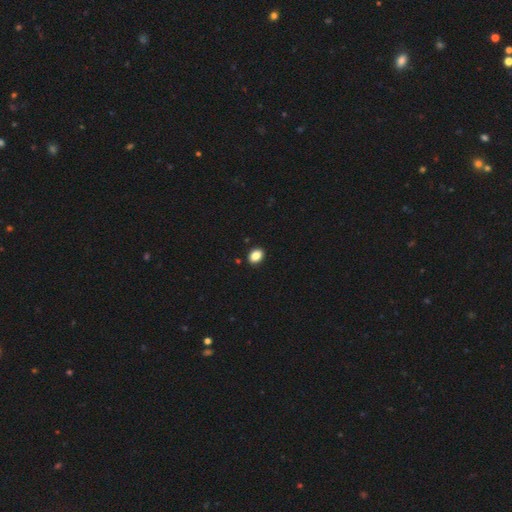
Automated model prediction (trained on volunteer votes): This is clearly a smooth galaxy (87%). How rounded: likely in between (72%). Merging: clearly none (91%).